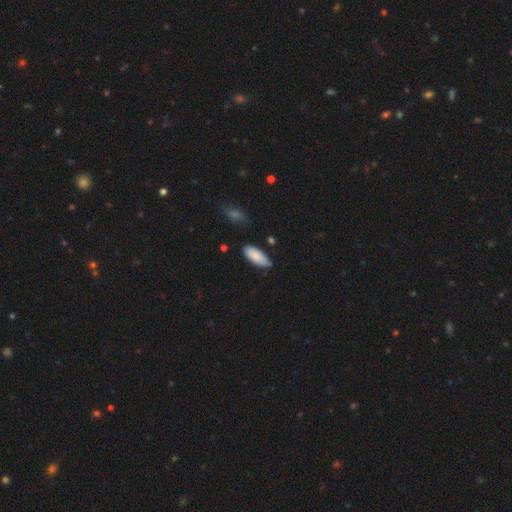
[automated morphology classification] This appears to be a smooth galaxy with no disk features (87%) that is in between round and cigar-shaped (86%). Merging: none (74%).